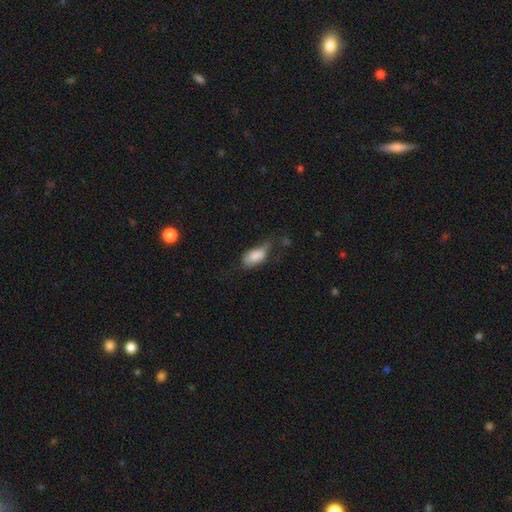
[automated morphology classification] The model was most divided on "merging": minor disturbance: 38%, major disturbance: 29%, none: 28%, merger: 5%. More confident: how rounded — in between (90%); smooth or featured — smooth (79%).